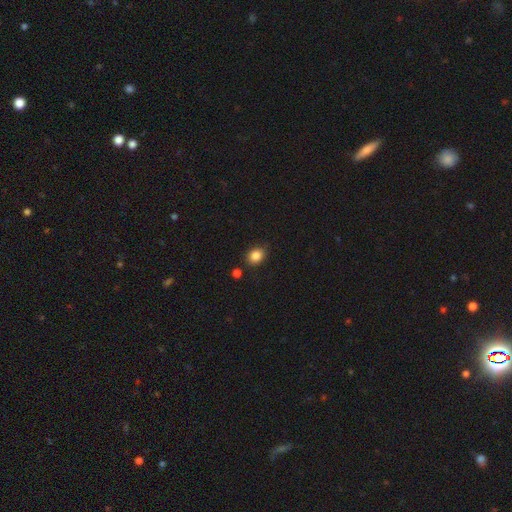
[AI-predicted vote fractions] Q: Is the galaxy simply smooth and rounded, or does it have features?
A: smooth — 86%.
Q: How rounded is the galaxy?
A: in between — 54%.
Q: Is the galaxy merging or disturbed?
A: none — 80%.